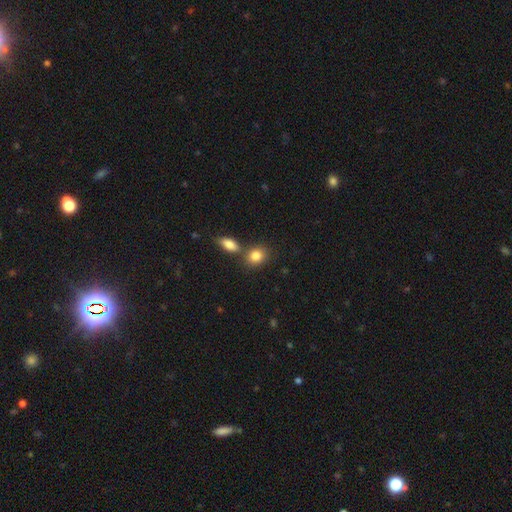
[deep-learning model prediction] Morphology: type=smooth (84%); roundness=round (53%); merging=none (58%).